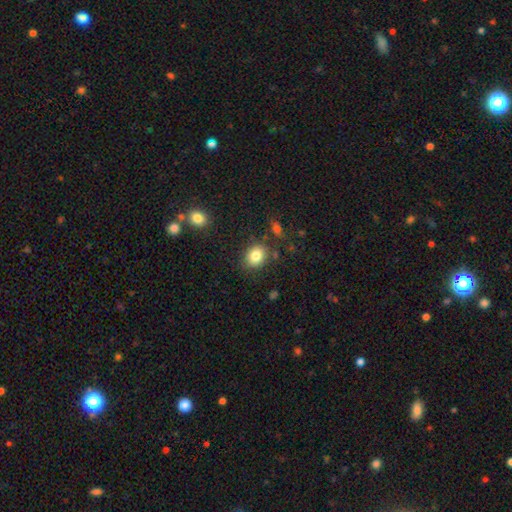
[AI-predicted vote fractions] This is clearly a smooth galaxy (82%). How rounded: possibly round (56%). Merging: clearly none (81%).